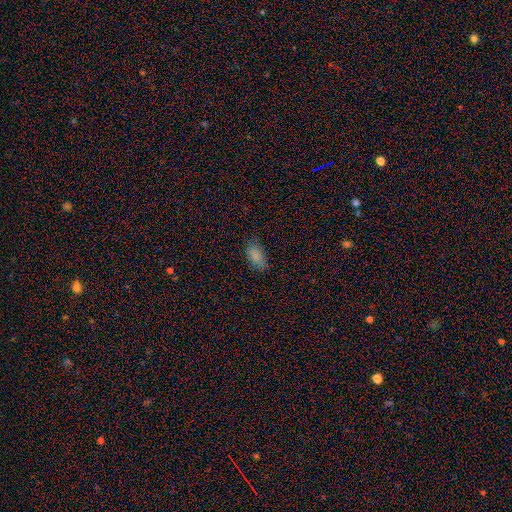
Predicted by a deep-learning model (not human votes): Q: Smooth or featured?
A: smooth (83%); runner-up: star or artifact (11%)
Q: How rounded?
A: in between (93%); runner-up: round (4%)
Q: Merging?
A: none (75%); runner-up: minor disturbance (20%)